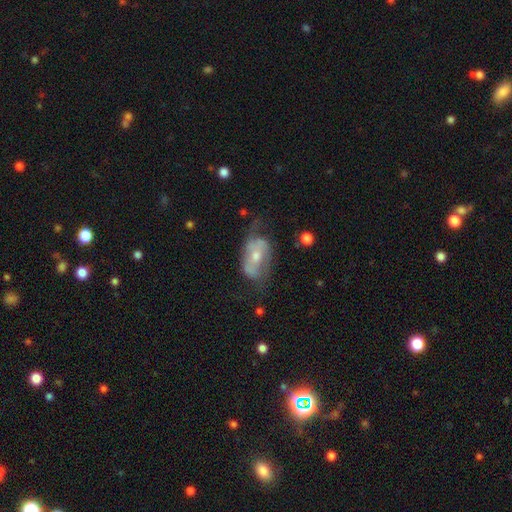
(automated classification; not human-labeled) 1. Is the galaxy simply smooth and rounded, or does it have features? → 64% featured or disk, 28% smooth, 7% star or artifact.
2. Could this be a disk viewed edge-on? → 93% no, 7% yes.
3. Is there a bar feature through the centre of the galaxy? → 53% no, 32% weak, 15% strong.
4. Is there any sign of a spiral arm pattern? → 67% yes, 33% no.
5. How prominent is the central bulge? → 58% moderate, 35% small, 4% large, 2% none, 1% dominant.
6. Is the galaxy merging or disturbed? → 44% none, 27% minor disturbance, 26% major disturbance, 3% merger.